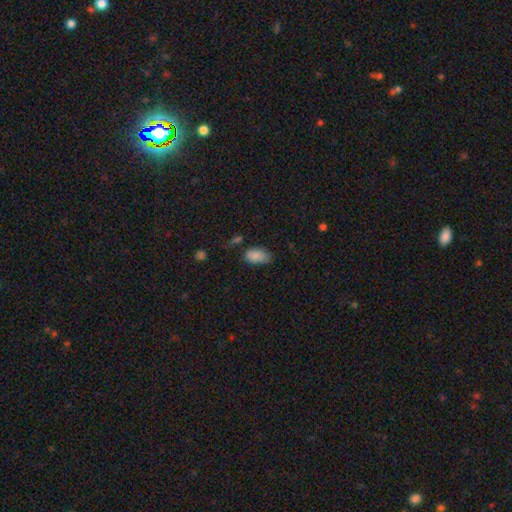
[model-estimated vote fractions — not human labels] Smooth or featured? smooth (85%)
How rounded? in between (93%)
Merging? none (58%)